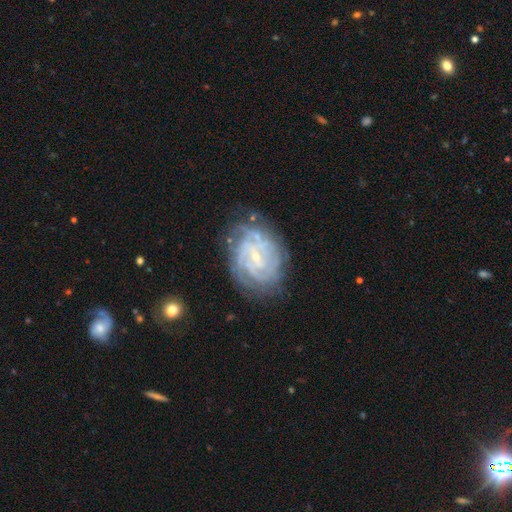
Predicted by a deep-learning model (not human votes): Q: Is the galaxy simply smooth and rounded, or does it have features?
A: featured or disk — 87%.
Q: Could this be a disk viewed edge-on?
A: no — 98%.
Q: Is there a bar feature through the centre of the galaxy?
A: weak — 47%.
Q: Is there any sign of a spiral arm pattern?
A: yes — 96%.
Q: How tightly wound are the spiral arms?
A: tight — 74%.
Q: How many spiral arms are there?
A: can't tell — 31%.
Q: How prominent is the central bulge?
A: small — 76%.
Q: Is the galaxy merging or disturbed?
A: none — 72%.